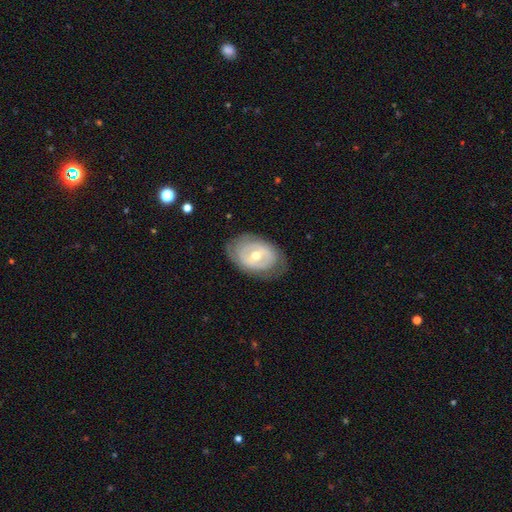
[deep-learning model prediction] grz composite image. It shows a featured or disk galaxy (68%) with a weak bar (42%), spiral arms (61%) and a moderate central bulge (63%). Merging: none (73%).